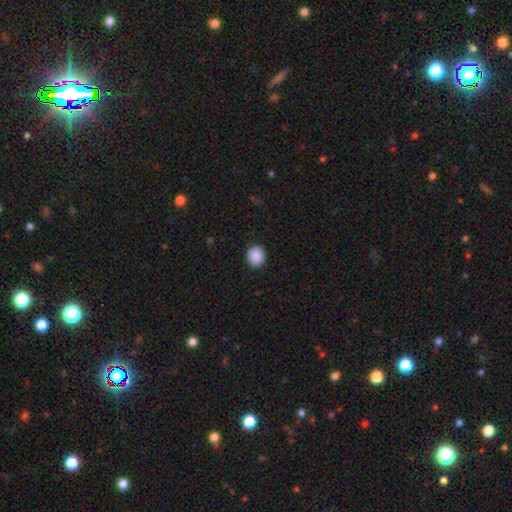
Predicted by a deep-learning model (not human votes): Overall: smooth (90%). How rounded: round (69%; in between 30%). Merging: none (90%).